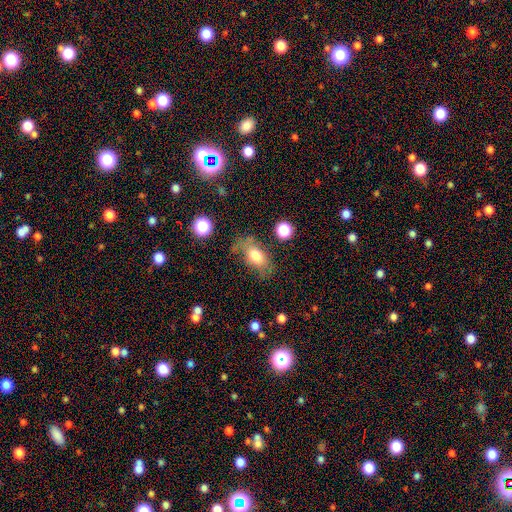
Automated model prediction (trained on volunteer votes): Overall: smooth (70%). How rounded: in between (83%). Merging: none (57%; minor disturbance 24%).